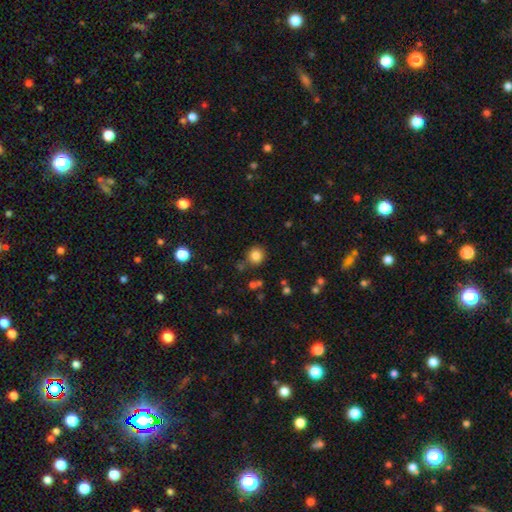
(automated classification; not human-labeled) Morphology: type=smooth (83%); roundness=round (89%); merging=none (82%).